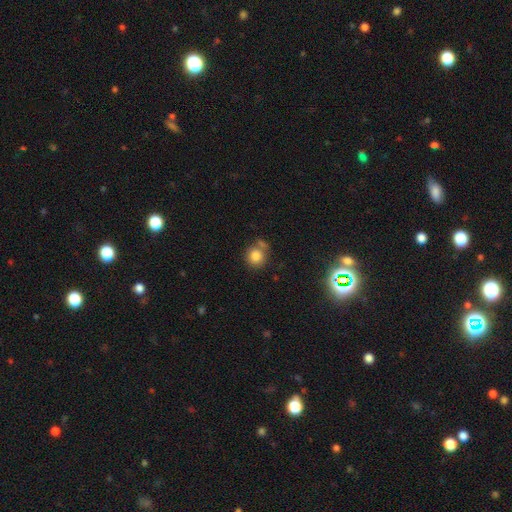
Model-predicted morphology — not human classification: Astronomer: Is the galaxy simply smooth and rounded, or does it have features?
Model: smooth — 82%.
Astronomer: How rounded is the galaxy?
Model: round — 87%.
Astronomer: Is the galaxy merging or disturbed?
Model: none — 60%.